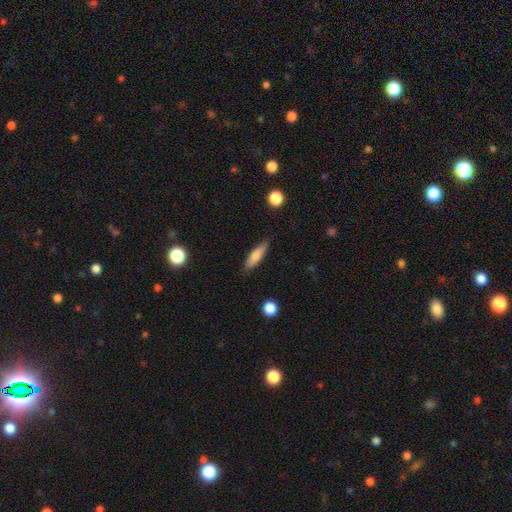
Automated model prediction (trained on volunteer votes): Smooth or featured? Predicted: smooth (p=0.75). How rounded? Predicted: cigar-shaped (p=0.63). Merging? Predicted: none (p=0.85).